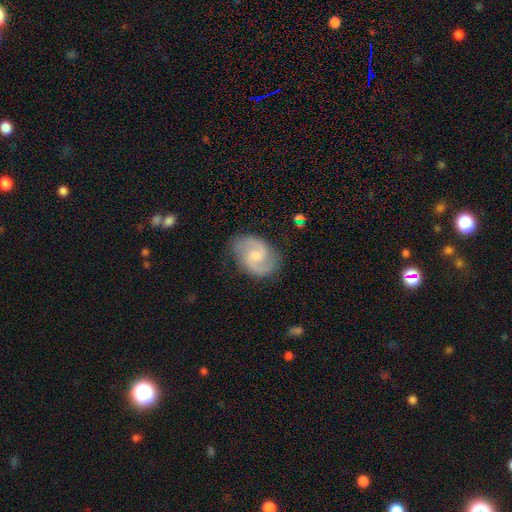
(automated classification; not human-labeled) A featured or disk galaxy (85%) with a weak bar (48%), 2 (92%) medium (57%) spiral arms (97%) and a small central bulge (46%, tied with moderate).

Vote fractions:
- Smooth or featured? featured or disk: 85% / smooth: 10% / star or artifact: 5%
- Edge-on disk? no: 98% / yes: 2%
- Bar? weak: 48% / no: 45% / strong: 7%
- Spiral arms? yes: 97% / no: 3%
- Spiral winding? medium: 57% / tight: 25% / loose: 18%
- Spiral arm count? 2: 92% / can't tell: 3% / 1: 1% / 3: 1% / 4: 1% / more than 4: 1%
- Bulge size? small: 46% (tied) / moderate: 46% (tied) / none: 5% / large: 3% / dominant: 1%
- Merging? none: 81% / minor disturbance: 14% / major disturbance: 4% / merger: 1%